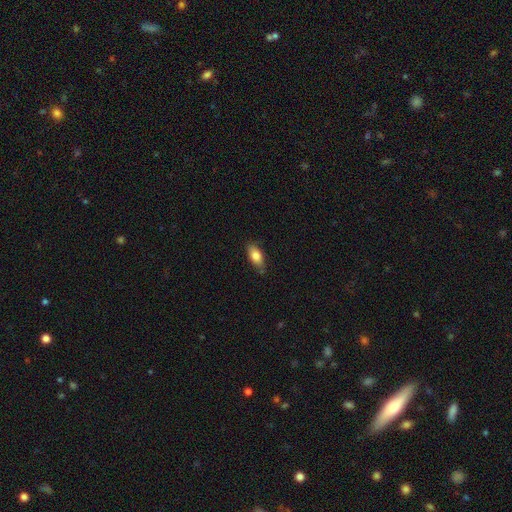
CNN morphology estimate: Smooth or featured? smooth (81%)
How rounded? in between (87%)
Merging? none (79%)